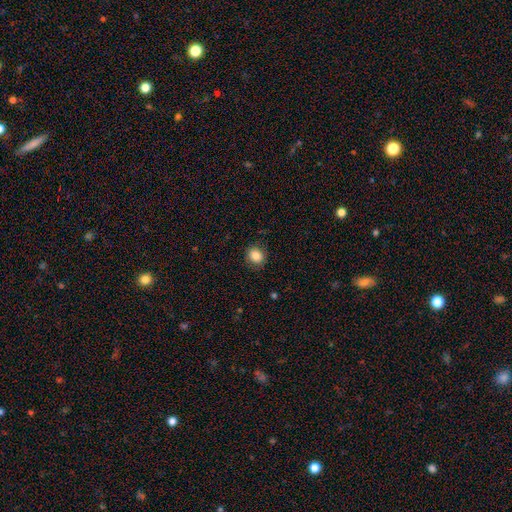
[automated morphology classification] smooth 85%, star or artifact 9%, featured or disk 6%. Down the decision tree: how rounded — round (77%); merging — none (85%).